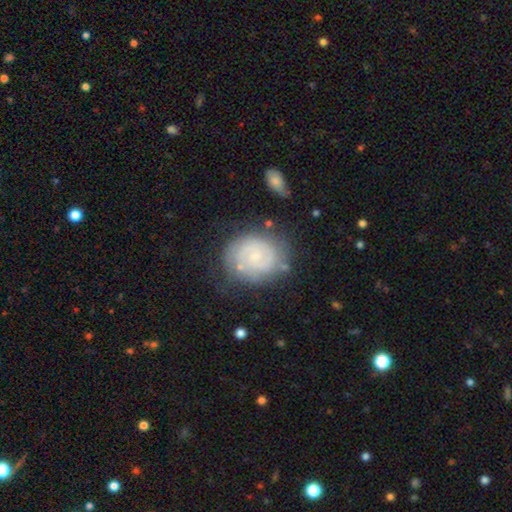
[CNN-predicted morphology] Smooth or featured?
  - featured or disk: 65% *
  - smooth: 28%
  - star or artifact: 7%
Edge-on disk?
  - no: 98% *
  - yes: 2%
Bar?
  - no: 64% *
  - weak: 31%
  - strong: 5%
Spiral arms?
  - yes: 87% *
  - no: 13%
Spiral winding?
  - tight: 61% *
  - medium: 29%
  - loose: 9%
Spiral arm count?
  - 2: 52% *
  - can't tell: 29%
  - 3: 9%
  - 1: 4%
  - 4: 3%
  - more than 4: 3%
Bulge size?
  - small: 61% *
  - none: 19%
  - moderate: 16%
  - large: 2%
  - dominant: 1%
Merging?
  - none: 67% *
  - minor disturbance: 20%
  - major disturbance: 9%
  - merger: 4%